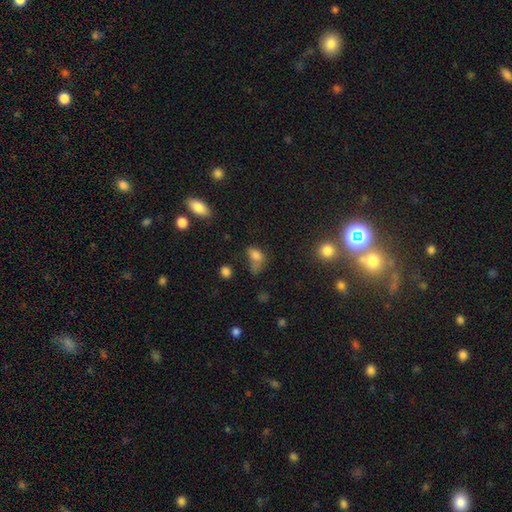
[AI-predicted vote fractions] A smooth galaxy with no disk features (74%) that is in between round and cigar-shaped (75%). Merging: major disturbance (29%, tied with none).